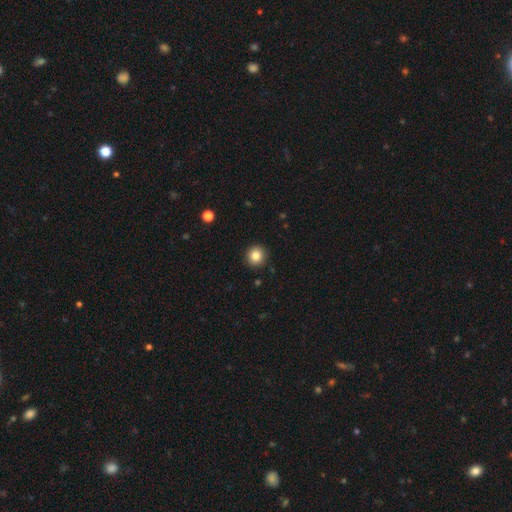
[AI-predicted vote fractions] This is clearly a smooth galaxy (84%). How rounded: clearly round (93%). Merging: clearly none (92%).